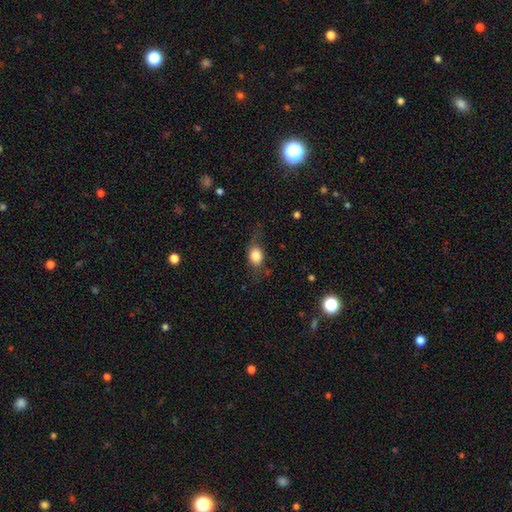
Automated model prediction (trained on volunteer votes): smooth-or-featured: smooth: 78% | featured or disk: 13% | star or artifact: 8%
  how-rounded: in between: 61% | round: 37% | cigar-shaped: 3%
  merging: none: 56% | minor disturbance: 26% | major disturbance: 16% | merger: 2%